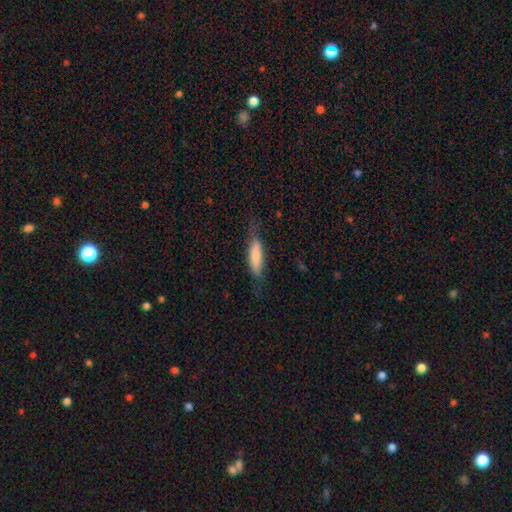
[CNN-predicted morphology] smooth-or-featured: smooth: 73% | featured or disk: 21% | star or artifact: 6%
  how-rounded: cigar-shaped: 67% | in between: 32% | round: 2%
  merging: none: 70% | minor disturbance: 20% | major disturbance: 8% | merger: 1%